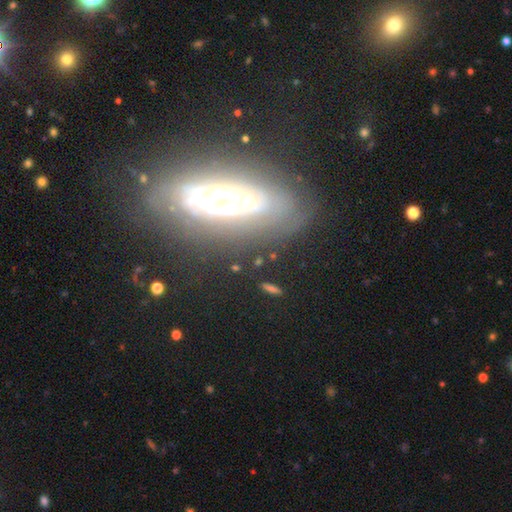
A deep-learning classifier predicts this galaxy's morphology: Smooth or featured: featured or disk — 61% (smooth — 28%)
Edge-on disk: no — 52% (yes — 48%)
Merging: none — 78% (minor disturbance — 14%)